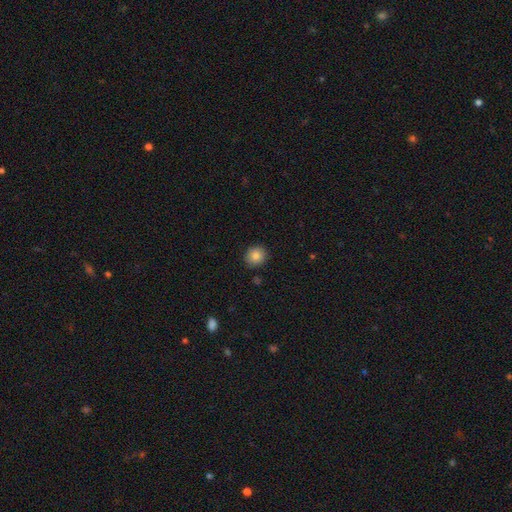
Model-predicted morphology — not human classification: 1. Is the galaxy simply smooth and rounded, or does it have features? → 82% smooth, 10% star or artifact, 8% featured or disk.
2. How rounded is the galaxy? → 82% round, 17% in between, 1% cigar-shaped.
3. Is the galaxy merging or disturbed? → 89% none, 8% minor disturbance, 2% major disturbance, 1% merger.